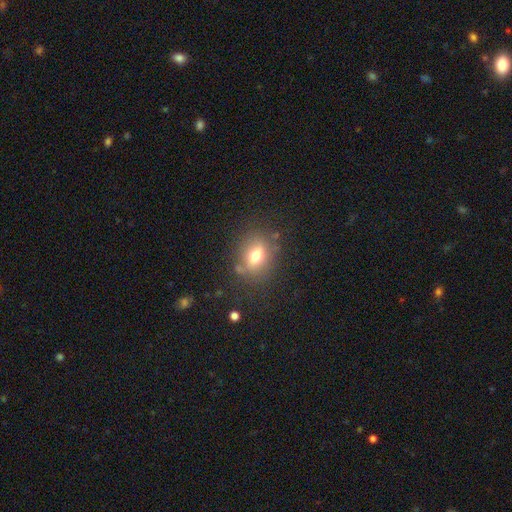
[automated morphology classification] A smooth galaxy with no disk features (67%) that is in between round and cigar-shaped (58%).

Vote fractions:
- Smooth or featured? smooth: 67% / featured or disk: 21% / star or artifact: 12%
- How rounded? in between: 58% / round: 40% / cigar-shaped: 3%
- Merging? none: 74% / minor disturbance: 16% / major disturbance: 6% / merger: 4%